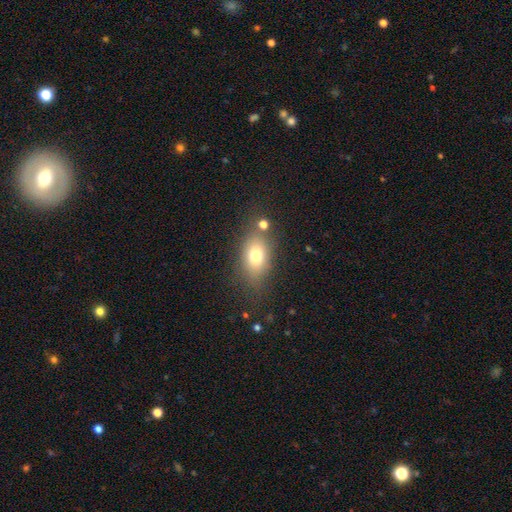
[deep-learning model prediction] Smooth or featured? Predicted: smooth (p=0.74). How rounded? Predicted: in between (p=0.80). Merging? Predicted: none (p=0.72).